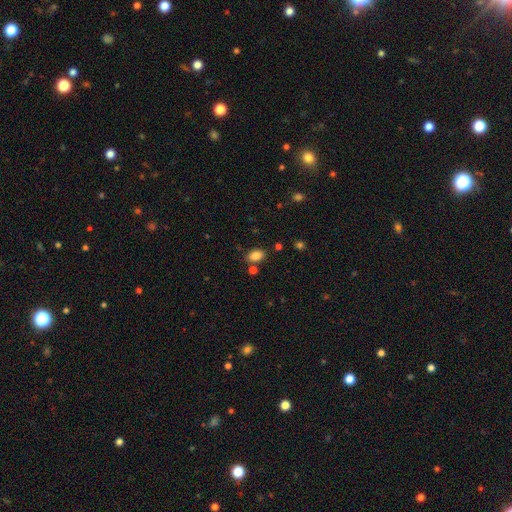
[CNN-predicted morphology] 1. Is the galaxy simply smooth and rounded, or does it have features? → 85% smooth, 10% star or artifact, 5% featured or disk.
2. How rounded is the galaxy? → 86% in between, 13% round, 1% cigar-shaped.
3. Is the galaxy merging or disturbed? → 77% none, 12% minor disturbance, 8% merger, 3% major disturbance.